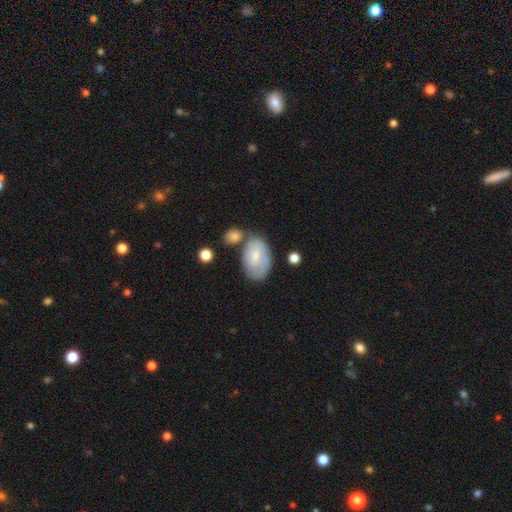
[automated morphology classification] type=smooth (62%); roundness=in between (90%); merging=none (49%).